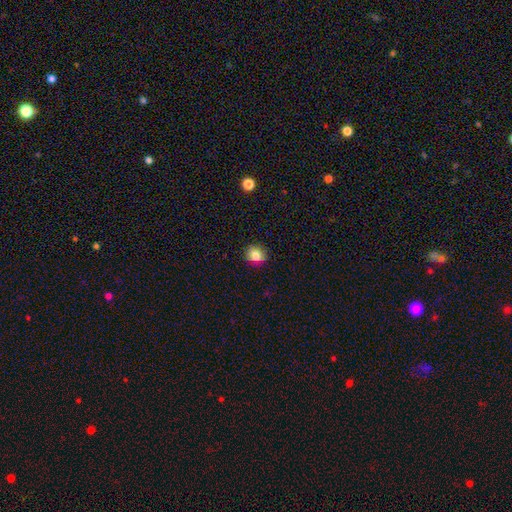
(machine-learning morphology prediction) The model was most divided on "how rounded": round: 82%, in between: 17%, cigar-shaped: 1%. More confident: merging — none (89%); smooth or featured — smooth (83%).